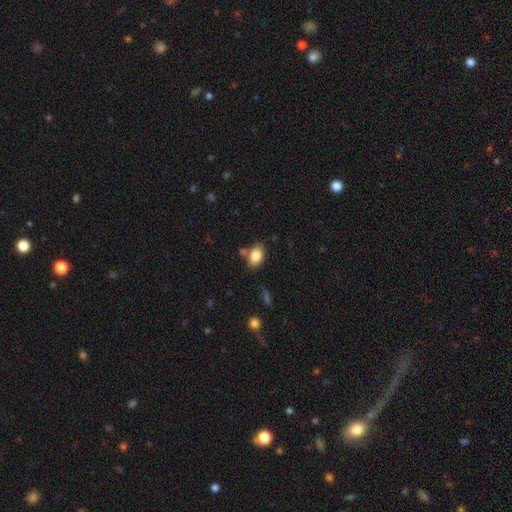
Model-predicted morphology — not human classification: smooth_or_featured: smooth (p=0.83) [alt: featured or disk p=0.09]
how_rounded: in between (p=0.83) [alt: round p=0.16]
merging: none (p=0.73) [alt: minor disturbance p=0.14]